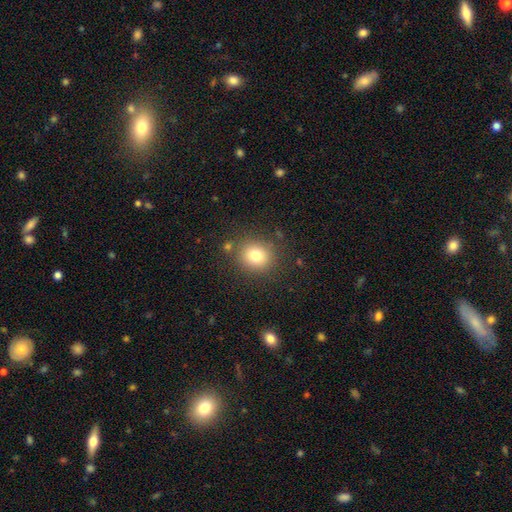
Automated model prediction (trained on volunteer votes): Morphology: type=smooth (78%); roundness=round (82%); merging=none (84%).